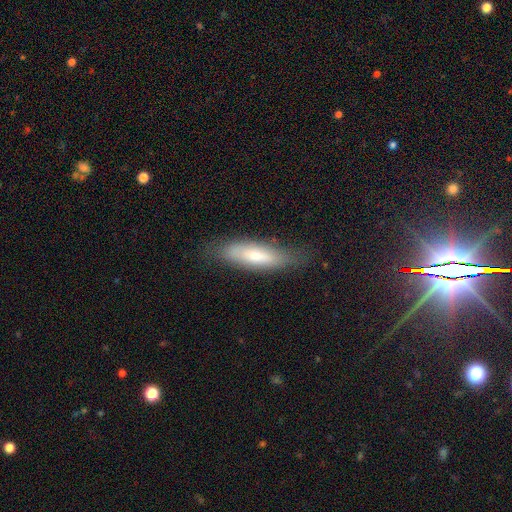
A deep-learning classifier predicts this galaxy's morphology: smooth-or-featured: smooth: 64% | featured or disk: 30% | star or artifact: 6%
  how-rounded: cigar-shaped: 56% | in between: 42% | round: 2%
  merging: none: 73% | minor disturbance: 20% | major disturbance: 6% | merger: 1%